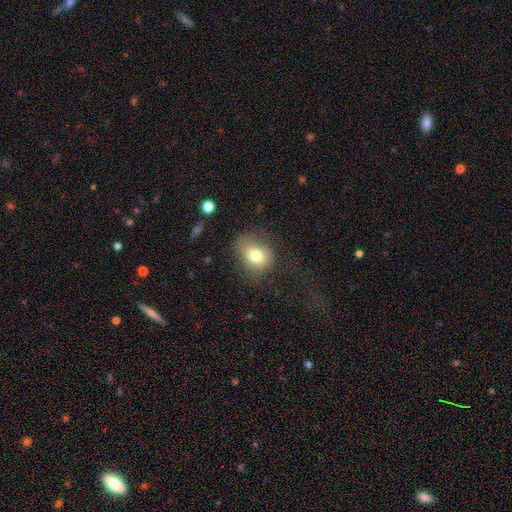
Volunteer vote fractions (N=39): A smooth galaxy with no disk features (82%) that is round (56%). Merging: major disturbance (40%).